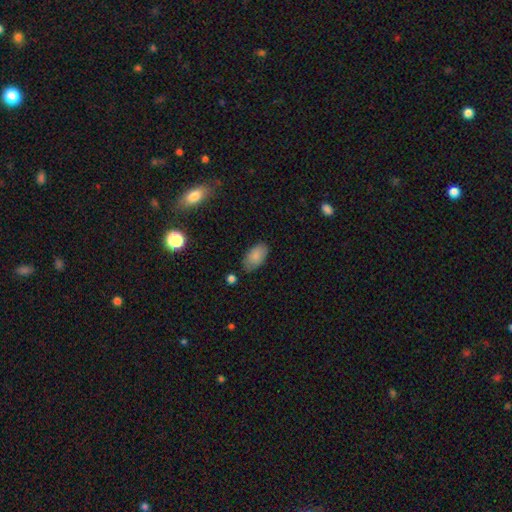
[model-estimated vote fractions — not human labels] Q: Smooth or featured?
A: smooth (85%); runner-up: star or artifact (7%)
Q: How rounded?
A: in between (94%); runner-up: round (4%)
Q: Merging?
A: none (76%); runner-up: minor disturbance (17%)